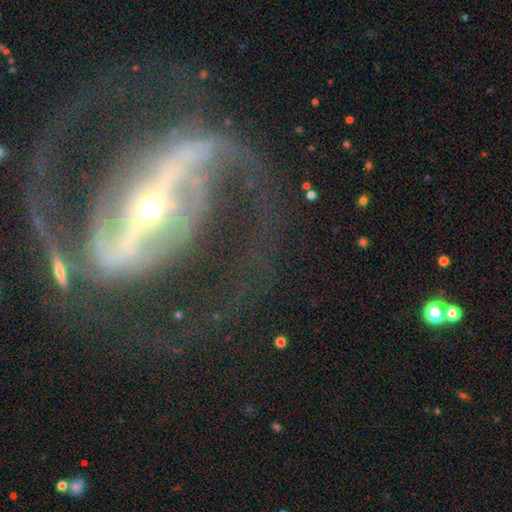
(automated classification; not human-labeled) Smooth or featured?
  - featured or disk: 91% *
  - star or artifact: 6%
  - smooth: 3%
Edge-on disk?
  - no: 96% *
  - yes: 4%
Bar?
  - strong: 80% *
  - weak: 14%
  - no: 6%
Spiral arms?
  - yes: 96% *
  - no: 4%
Spiral winding?
  - medium: 56% *
  - loose: 25%
  - tight: 19%
Spiral arm count?
  - 2: 89% *
  - can't tell: 3%
  - 3: 2%
  - 1: 2%
  - 4: 2%
  - more than 4: 2%
Bulge size?
  - small: 70% *
  - moderate: 25%
  - large: 2%
  - dominant: 1%
  - none: 1%
Merging?
  - none: 71% *
  - major disturbance: 15%
  - minor disturbance: 12%
  - merger: 3%